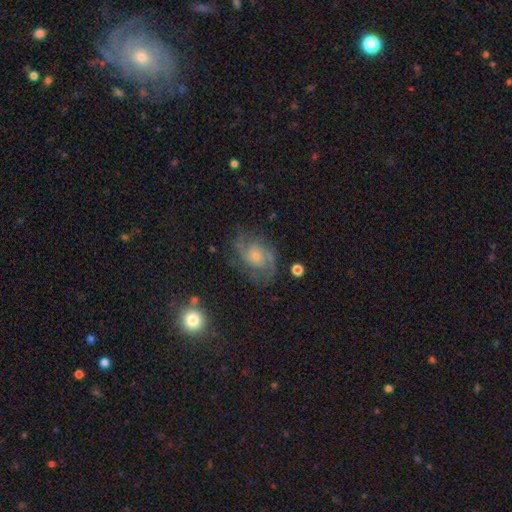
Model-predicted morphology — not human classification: A featured or disk galaxy (78%) with no bar (65%), 2 (62%) medium (51%) spiral arms (93%) and a small central bulge (59%).

Vote fractions:
- Smooth or featured? featured or disk: 78% / smooth: 14% / star or artifact: 8%
- Edge-on disk? no: 98% / yes: 2%
- Bar? no: 65% / weak: 30% / strong: 5%
- Spiral arms? yes: 93% / no: 7%
- Spiral winding? medium: 51% / tight: 30% / loose: 19%
- Spiral arm count? 2: 62% / can't tell: 15% / 3: 12% / 1: 4% / 4: 4% / more than 4: 3%
- Bulge size? small: 59% / moderate: 27% / none: 8% / large: 4% / dominant: 1%
- Merging? none: 69% / minor disturbance: 18% / major disturbance: 11% / merger: 2%